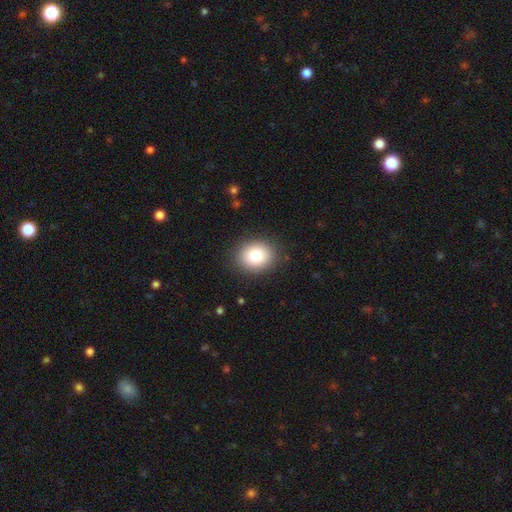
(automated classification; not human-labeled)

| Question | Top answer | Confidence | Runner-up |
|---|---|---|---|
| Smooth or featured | smooth | 80% | star or artifact (10%) |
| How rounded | round | 65% | in between (34%) |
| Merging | none | 89% | minor disturbance (8%) |